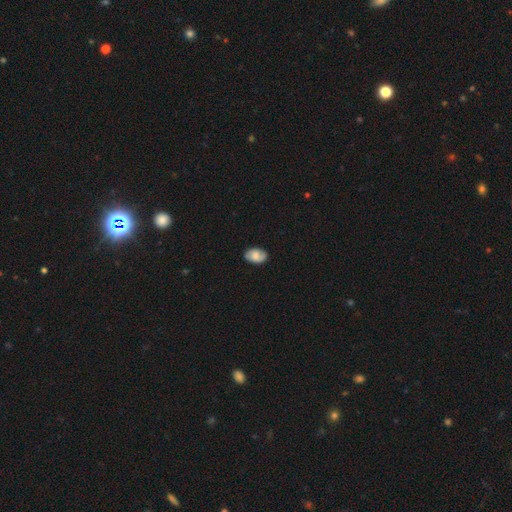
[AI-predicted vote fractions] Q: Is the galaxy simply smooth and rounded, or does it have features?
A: smooth — 67%.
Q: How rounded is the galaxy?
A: in between — 87%.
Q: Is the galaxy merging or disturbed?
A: none — 84%.